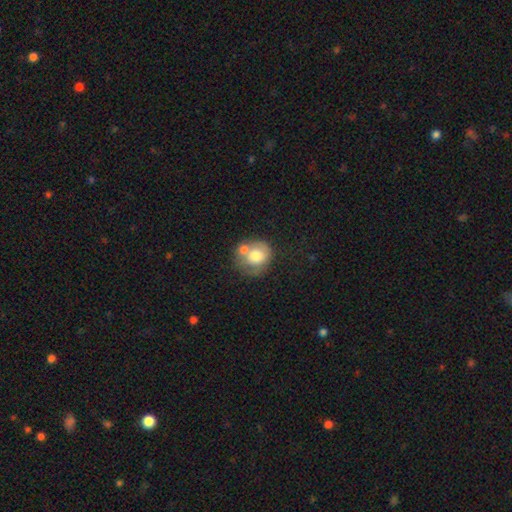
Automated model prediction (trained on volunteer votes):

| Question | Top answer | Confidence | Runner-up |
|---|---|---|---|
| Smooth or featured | smooth | 66% | featured or disk (26%) |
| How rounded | round | 75% | in between (24%) |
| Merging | merger | 38% | none (36%) |